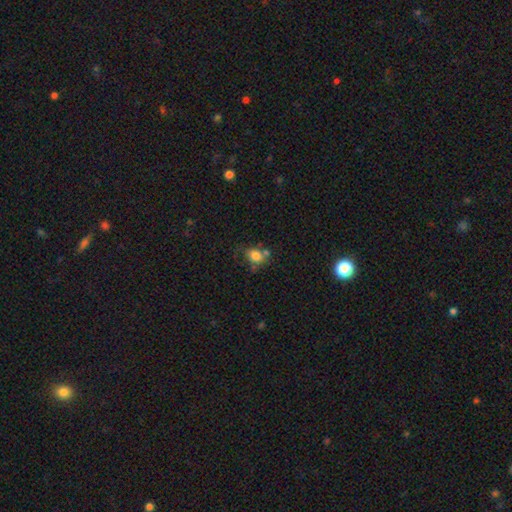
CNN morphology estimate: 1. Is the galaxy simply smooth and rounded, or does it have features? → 80% smooth, 11% star or artifact, 9% featured or disk.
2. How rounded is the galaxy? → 51% in between, 48% round, 1% cigar-shaped.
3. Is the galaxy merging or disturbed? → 52% none, 20% minor disturbance, 20% merger, 8% major disturbance.